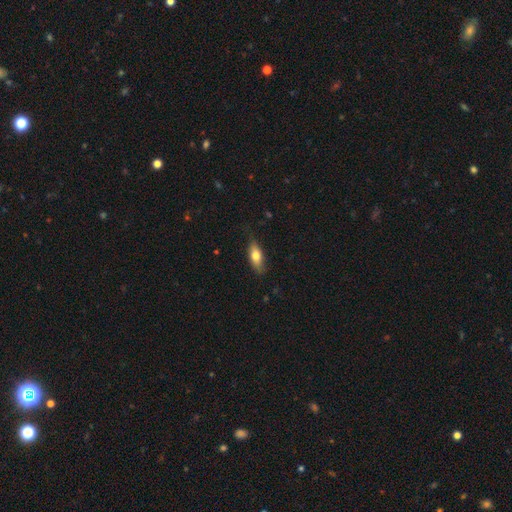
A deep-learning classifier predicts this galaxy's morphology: A smooth galaxy with no disk features (71%) that is in between round and cigar-shaped (74%). Merging: none (77%).